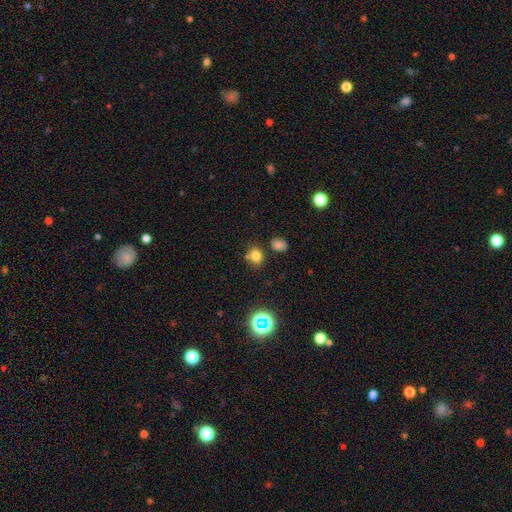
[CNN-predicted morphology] Overall: smooth (74%). How rounded: round (59%; in between 40%). Merging: none (67%).